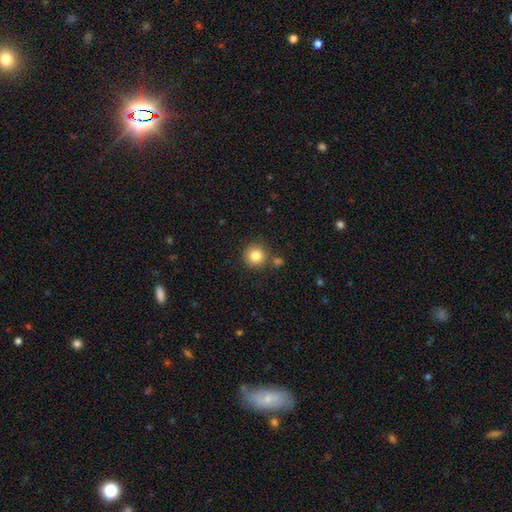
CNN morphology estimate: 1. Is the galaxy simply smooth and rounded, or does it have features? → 82% smooth, 11% star or artifact, 7% featured or disk.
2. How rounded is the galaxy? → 93% round, 6% in between, 1% cigar-shaped.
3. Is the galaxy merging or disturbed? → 80% none, 9% merger, 9% minor disturbance, 3% major disturbance.